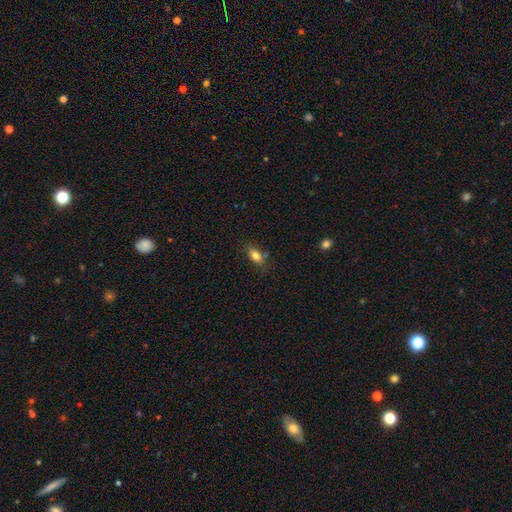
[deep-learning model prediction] A smooth galaxy with no disk features (80%) that is in between round and cigar-shaped (84%). Merging: none (73%).